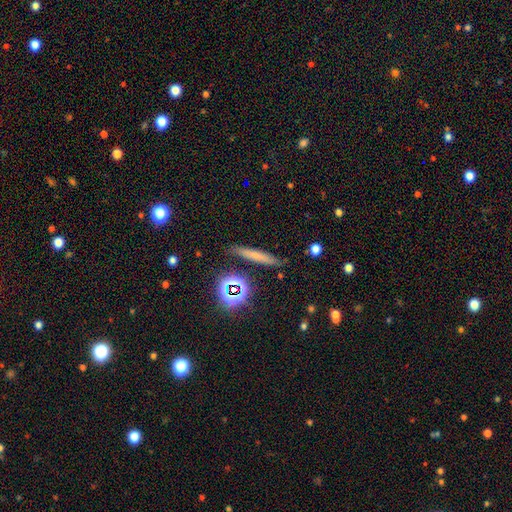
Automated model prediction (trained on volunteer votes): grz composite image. It shows a smooth galaxy with no disk features (58%) that is cigar-shaped (90%). Merging: none (86%).